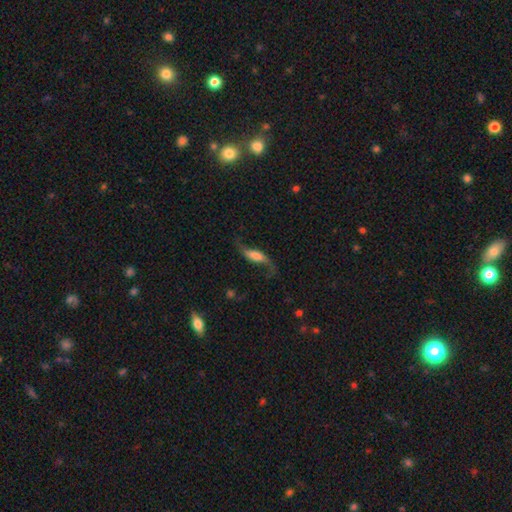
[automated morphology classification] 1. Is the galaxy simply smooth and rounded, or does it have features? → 72% featured or disk, 20% smooth, 8% star or artifact.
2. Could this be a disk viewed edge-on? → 85% no, 15% yes.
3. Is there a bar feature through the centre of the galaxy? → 39% no, 34% weak, 27% strong.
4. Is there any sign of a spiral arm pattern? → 93% yes, 7% no.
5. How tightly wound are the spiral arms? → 91% loose, 6% medium, 2% tight.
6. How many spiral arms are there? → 92% 2, 4% 1, 2% can't tell, 1% 3, 1% 4, 1% more than 4.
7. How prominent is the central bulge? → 28% none, 27% large, 17% moderate, 17% small, 12% dominant.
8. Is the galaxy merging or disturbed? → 66% none, 17% minor disturbance, 14% major disturbance, 3% merger.